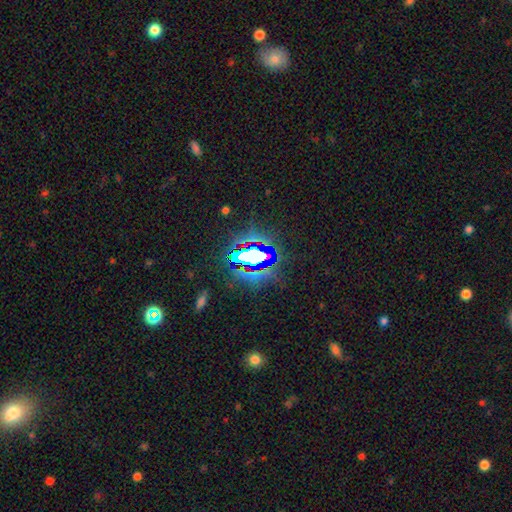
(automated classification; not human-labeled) This is likely a star or artifact rather than a galaxy (69%).